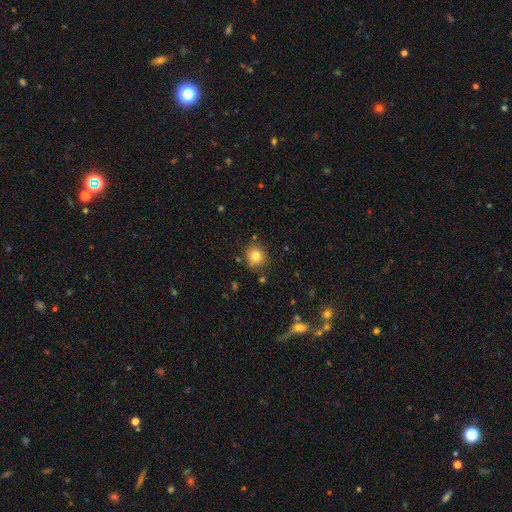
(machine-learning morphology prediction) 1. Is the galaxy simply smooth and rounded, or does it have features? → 80% smooth, 11% star or artifact, 8% featured or disk.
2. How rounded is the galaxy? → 85% round, 14% in between, 1% cigar-shaped.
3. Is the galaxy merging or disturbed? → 83% none, 12% minor disturbance, 3% merger, 3% major disturbance.